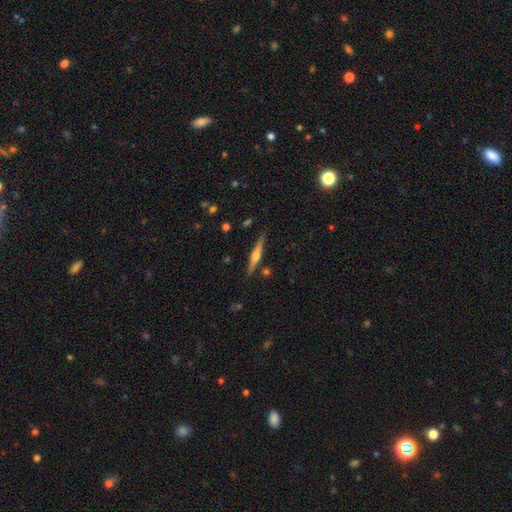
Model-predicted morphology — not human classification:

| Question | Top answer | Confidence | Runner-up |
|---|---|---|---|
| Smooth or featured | featured or disk | 69% | smooth (25%) |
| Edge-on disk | yes | 98% | no (2%) |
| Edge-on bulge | rounded | 89% | boxy (6%) |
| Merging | none | 87% | minor disturbance (8%) |